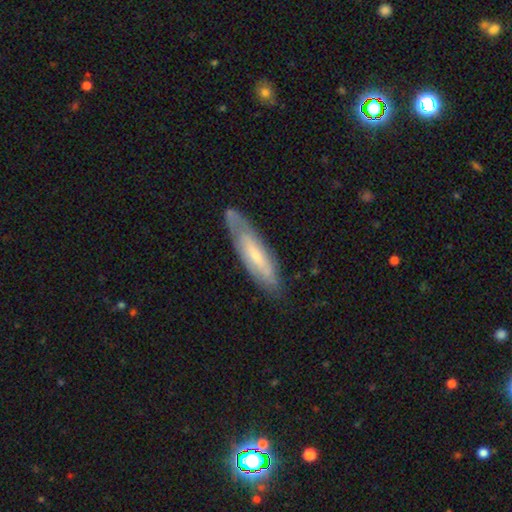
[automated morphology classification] A featured or disk galaxy (51%). Merging: none (72%).